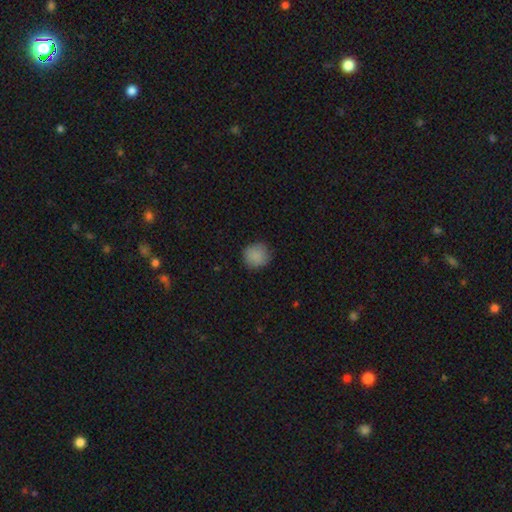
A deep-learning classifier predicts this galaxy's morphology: type=smooth (87%); roundness=round (90%); merging=none (85%).